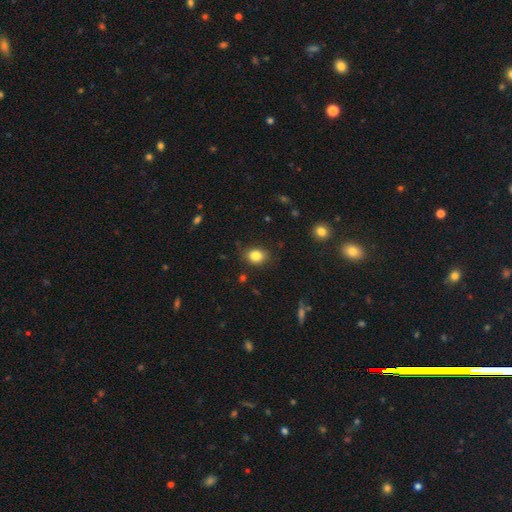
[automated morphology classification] smooth 84%, star or artifact 10%, featured or disk 6%. Down the decision tree: how rounded — in between (54%); merging — none (83%).